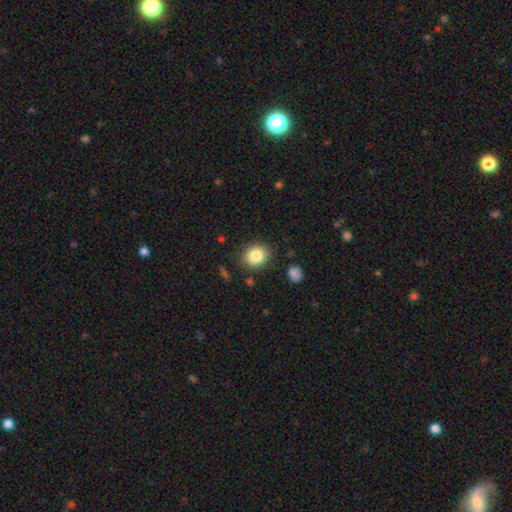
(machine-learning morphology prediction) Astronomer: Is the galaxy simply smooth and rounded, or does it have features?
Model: smooth — 85%.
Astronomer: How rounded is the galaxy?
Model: round — 72%.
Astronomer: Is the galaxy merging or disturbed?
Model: none — 85%.